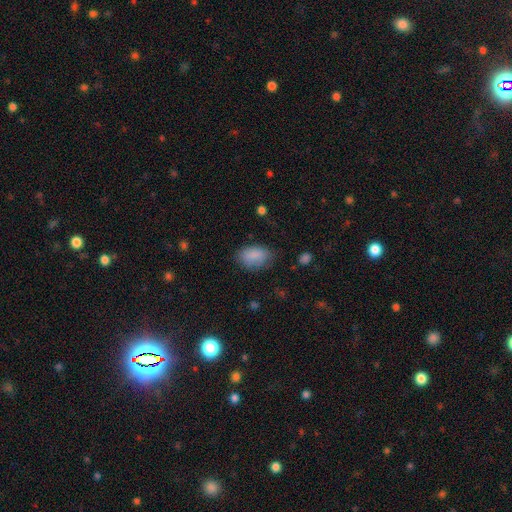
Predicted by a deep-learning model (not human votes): Smooth or featured? Predicted: smooth (p=0.86). How rounded? Predicted: in between (p=0.89). Merging? Predicted: none (p=0.70).